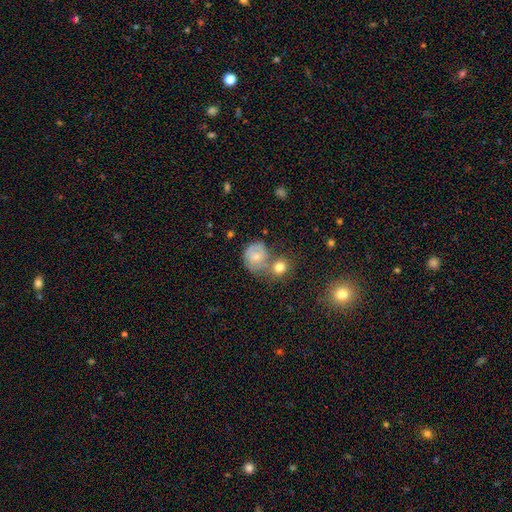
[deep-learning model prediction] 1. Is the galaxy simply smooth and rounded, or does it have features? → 58% smooth, 33% featured or disk, 10% star or artifact.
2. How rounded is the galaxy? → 74% round, 25% in between, 1% cigar-shaped.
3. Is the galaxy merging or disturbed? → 37% none, 35% merger, 19% minor disturbance, 9% major disturbance.